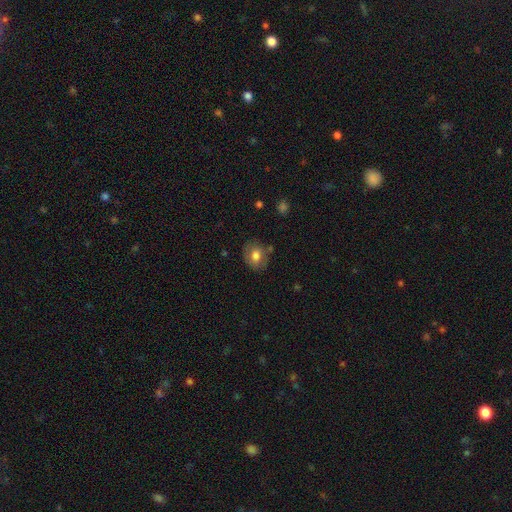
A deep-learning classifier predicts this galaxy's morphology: smooth-or-featured: smooth: 73% | featured or disk: 19% | star or artifact: 9%
  how-rounded: round: 56% | in between: 43% | cigar-shaped: 1%
  merging: none: 76% | minor disturbance: 16% | major disturbance: 4% | merger: 4%